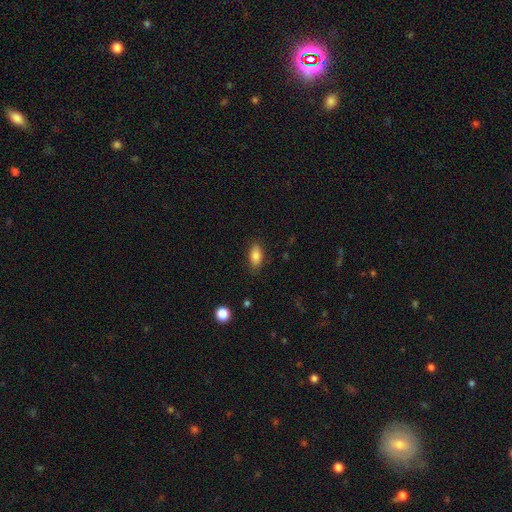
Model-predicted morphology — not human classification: A smooth galaxy with no disk features (83%) that is in between round and cigar-shaped (88%). Merging: none (85%).